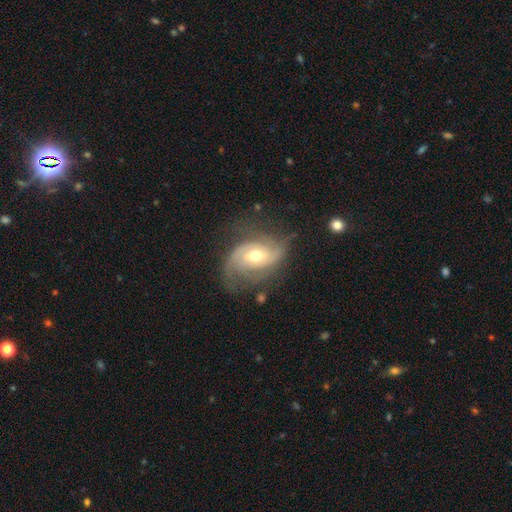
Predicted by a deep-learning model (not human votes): Q: Smooth or featured?
A: featured or disk (84%); runner-up: smooth (10%)
Q: Edge-on disk?
A: no (96%); runner-up: yes (4%)
Q: Bar?
A: no (48%); runner-up: weak (40%)
Q: Spiral arms?
A: yes (95%); runner-up: no (5%)
Q: Spiral winding?
A: medium (41%); tied with: tight (41%)
Q: Spiral arm count?
A: 2 (52%); runner-up: 3 (19%)
Q: Bulge size?
A: moderate (71%); runner-up: small (21%)
Q: Merging?
A: none (62%); runner-up: minor disturbance (23%)